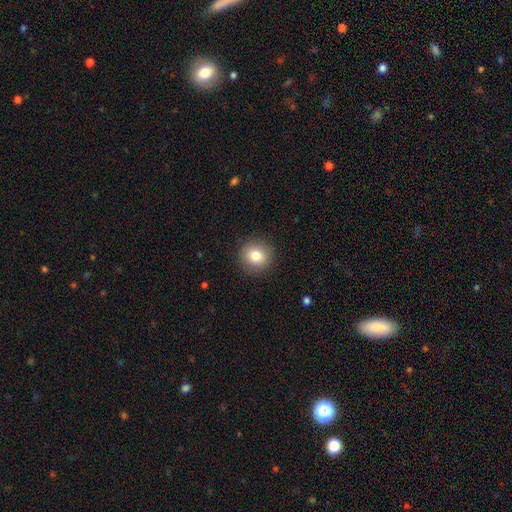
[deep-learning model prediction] A smooth galaxy with no disk features (80%) that is round (90%).

Vote fractions:
- Smooth or featured? smooth: 80% / star or artifact: 10% / featured or disk: 10%
- How rounded? round: 90% / in between: 9% / cigar-shaped: 1%
- Merging? none: 91% / minor disturbance: 6% / major disturbance: 2% / merger: 1%